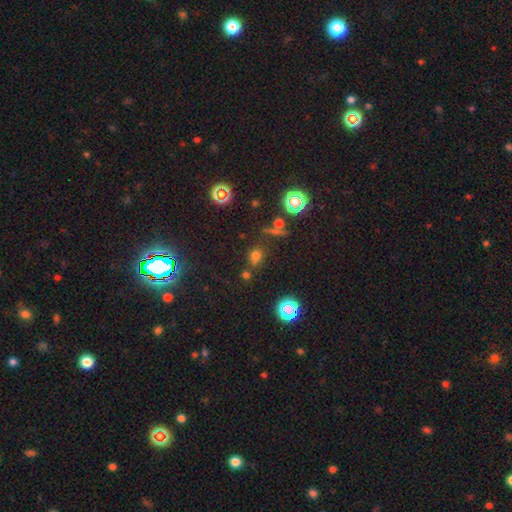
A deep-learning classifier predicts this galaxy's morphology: A smooth galaxy with no disk features (55%) that is round (65%). Merging: none (69%).